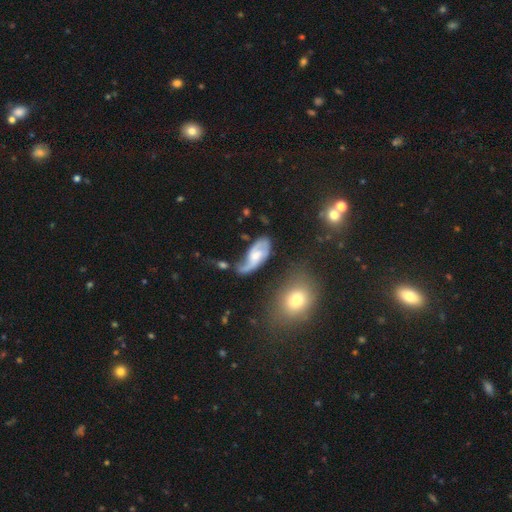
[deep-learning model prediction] Overall: featured or disk (75%). Edge-on disk: no (95%). Bar: no (51%; weak 40%). Spiral arms: yes (90%). Spiral arm count: 2 (71%). Spiral winding: loose (47%; medium 37%). Bulge size: moderate (46%; small 39%). Merging: none (37%; major disturbance 26%).